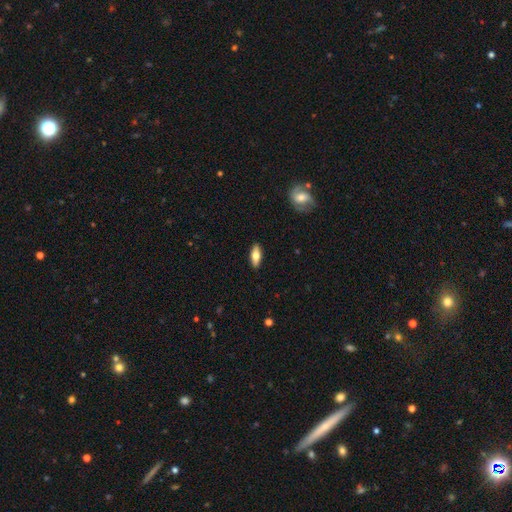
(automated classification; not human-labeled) Overall: smooth (67%). How rounded: in between (72%). Merging: none (89%).